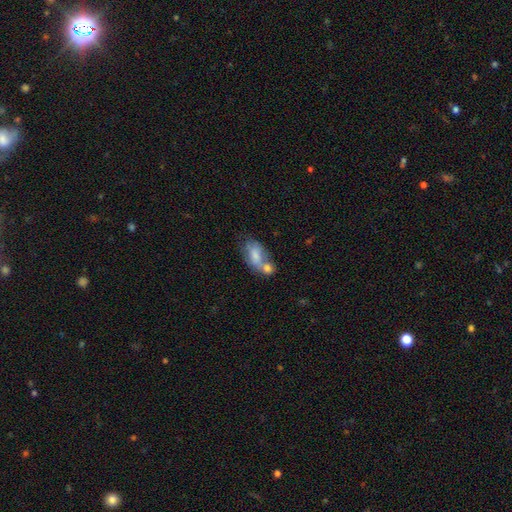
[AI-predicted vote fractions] Smooth or featured: smooth — 67% (featured or disk — 25%)
How rounded: in between — 89% (round — 7%)
Merging: merger — 53% (none — 24%)